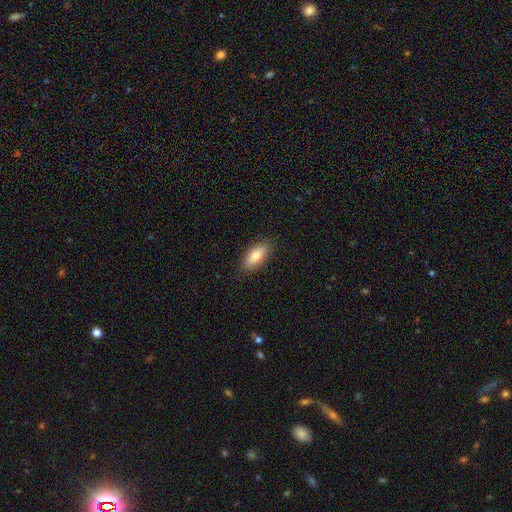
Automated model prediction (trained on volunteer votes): A smooth galaxy with no disk features (78%) that is in between round and cigar-shaped (78%). Merging: none (86%).